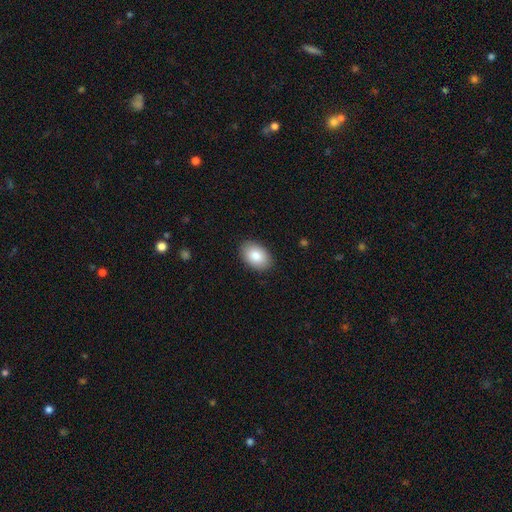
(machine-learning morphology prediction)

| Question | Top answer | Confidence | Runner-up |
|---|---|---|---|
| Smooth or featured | smooth | 85% | featured or disk (8%) |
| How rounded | in between | 89% | round (10%) |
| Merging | none | 89% | minor disturbance (9%) |